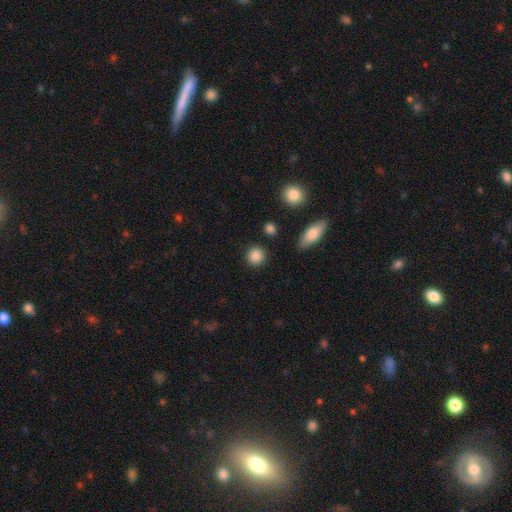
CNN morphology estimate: The model was most divided on "smooth or featured": smooth: 87%, star or artifact: 9%, featured or disk: 4%. More confident: how rounded — round (91%); merging — none (89%).